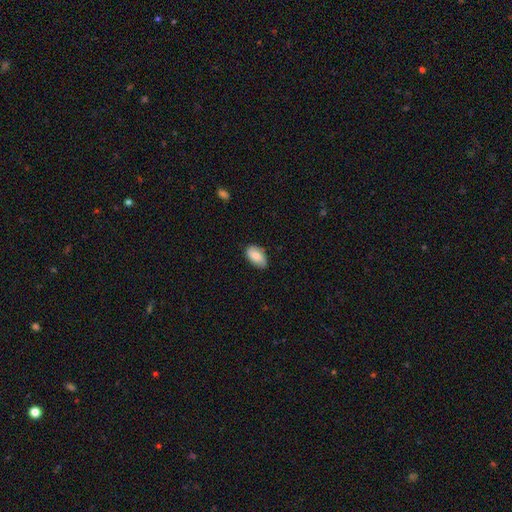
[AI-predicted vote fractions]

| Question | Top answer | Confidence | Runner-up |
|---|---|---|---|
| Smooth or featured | smooth | 80% | featured or disk (13%) |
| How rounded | in between | 94% | round (5%) |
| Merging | none | 80% | minor disturbance (17%) |